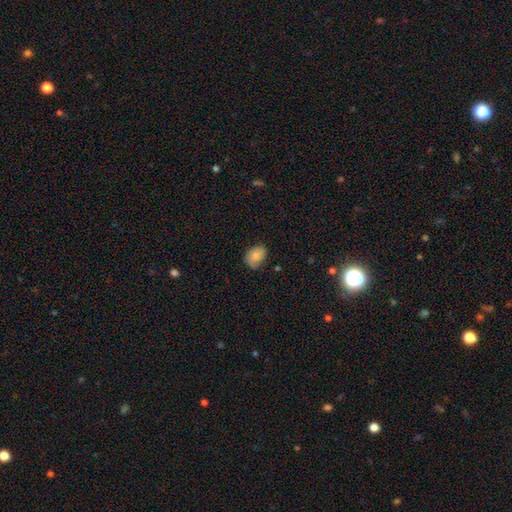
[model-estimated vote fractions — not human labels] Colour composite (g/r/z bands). It shows a smooth galaxy with no disk features (80%) that is in between round and cigar-shaped (67%). Merging: none (68%).